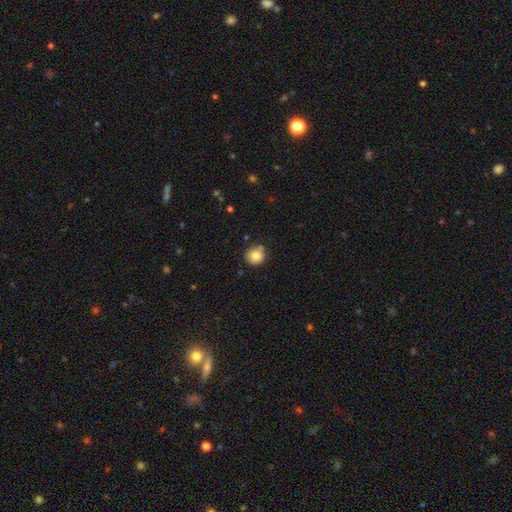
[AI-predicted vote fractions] Smooth or featured? smooth (82%)
How rounded? round (91%)
Merging? none (77%)